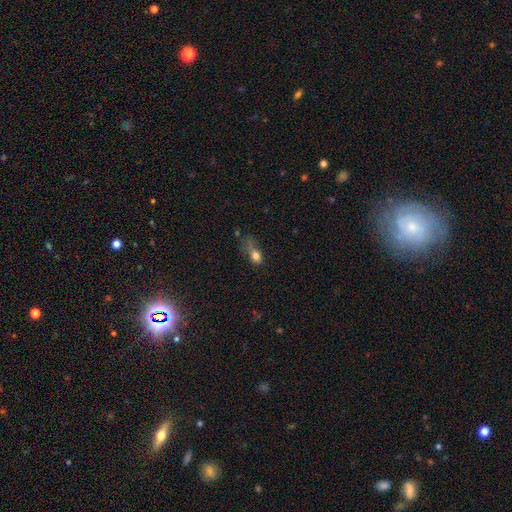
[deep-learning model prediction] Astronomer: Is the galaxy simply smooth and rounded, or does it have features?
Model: smooth — 72%.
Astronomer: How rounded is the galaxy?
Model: in between — 62%.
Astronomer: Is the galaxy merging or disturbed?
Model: major disturbance — 42% (runner-up: none, 25%).